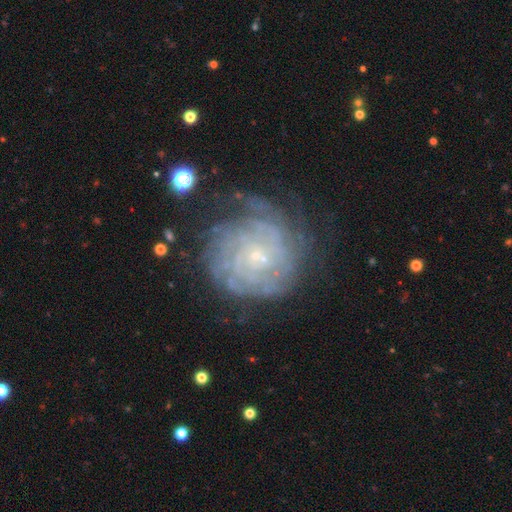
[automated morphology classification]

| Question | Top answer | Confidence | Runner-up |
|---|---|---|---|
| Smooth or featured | featured or disk | 79% | smooth (13%) |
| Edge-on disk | no | 97% | yes (3%) |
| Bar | no | 73% | weak (22%) |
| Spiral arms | yes | 91% | no (9%) |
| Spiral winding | tight | 77% | medium (17%) |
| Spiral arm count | can't tell | 46% | 4 (16%) |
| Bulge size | small | 84% | moderate (9%) |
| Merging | none | 64% | minor disturbance (21%) |